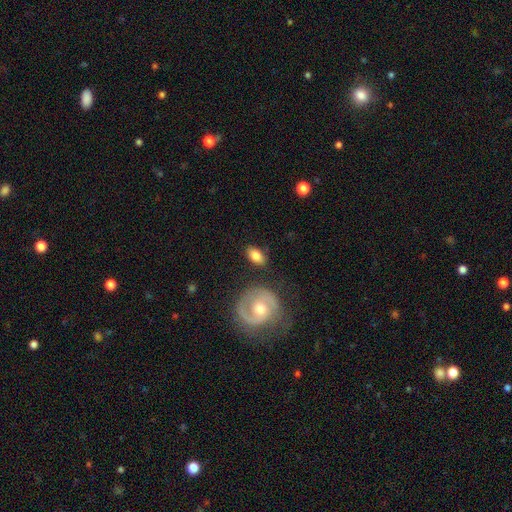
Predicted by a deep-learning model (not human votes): The model was most divided on "smooth or featured": smooth: 74%, featured or disk: 20%, star or artifact: 6%. More confident: how rounded — in between (89%); merging — none (79%).